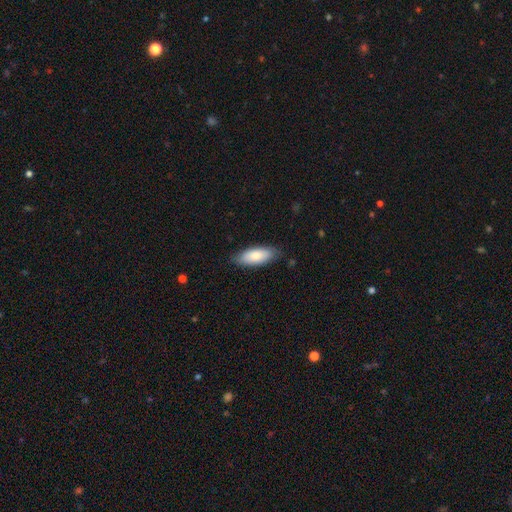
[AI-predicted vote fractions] The model was most divided on "how rounded": in between: 81%, cigar-shaped: 18%, round: 2%. More confident: smooth or featured — smooth (82%); merging — none (82%).